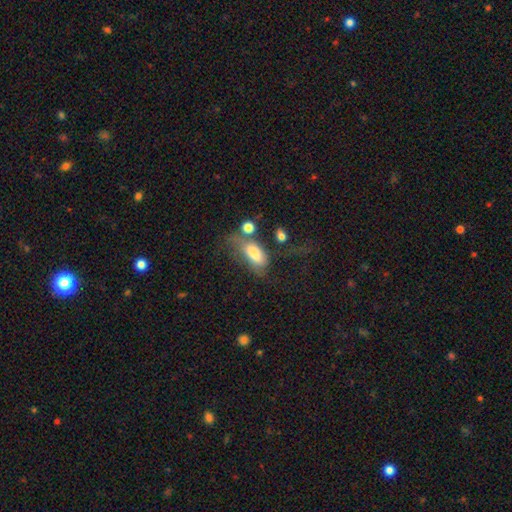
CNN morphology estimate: Overall: smooth (68%). How rounded: in between (87%). Merging: major disturbance (36%; none 26%).